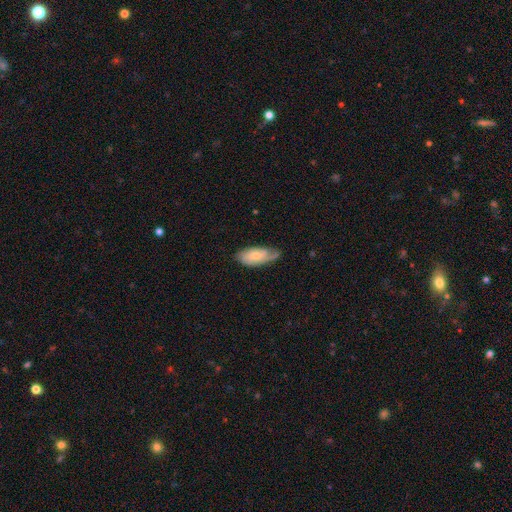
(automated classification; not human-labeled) smooth-or-featured: smooth: 49% | featured or disk: 45% | star or artifact: 6%
  merging: none: 56% | minor disturbance: 32% | major disturbance: 10% | merger: 2%